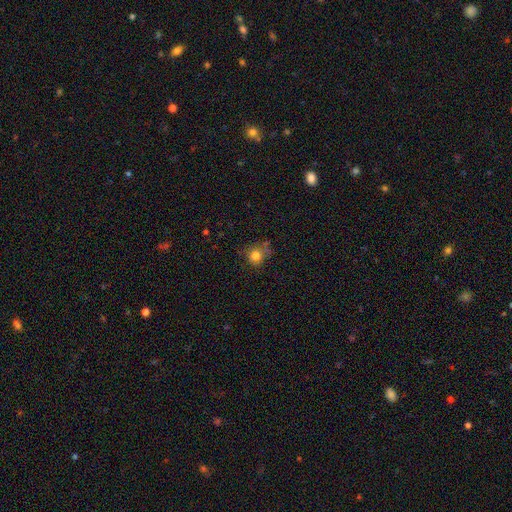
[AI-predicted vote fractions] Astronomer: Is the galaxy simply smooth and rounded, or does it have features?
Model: smooth — 79%.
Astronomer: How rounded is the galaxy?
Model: round — 85%.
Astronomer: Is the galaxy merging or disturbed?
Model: none — 61%.